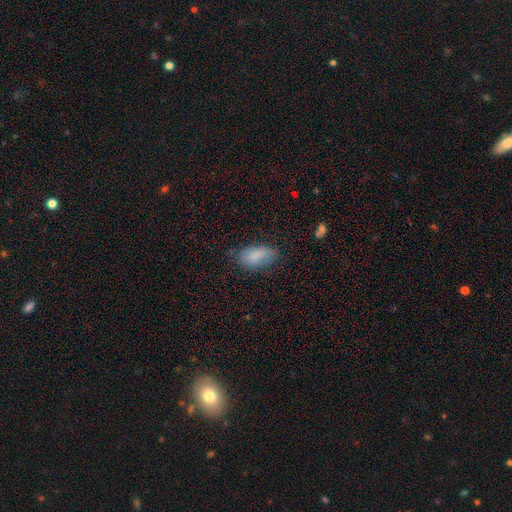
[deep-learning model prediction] This appears to be a smooth galaxy with no disk features (84%) that is in between round and cigar-shaped (91%). Merging: none (68%).